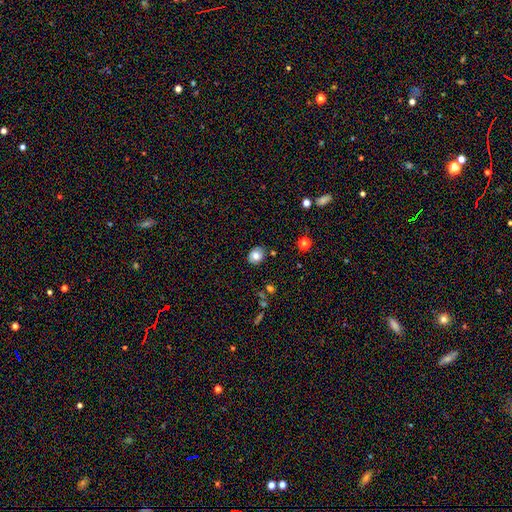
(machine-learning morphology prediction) smooth-or-featured: smooth: 77% | featured or disk: 12% | star or artifact: 10%
  how-rounded: round: 60% | in between: 39% | cigar-shaped: 1%
  merging: none: 84% | minor disturbance: 11% | merger: 3% | major disturbance: 2%